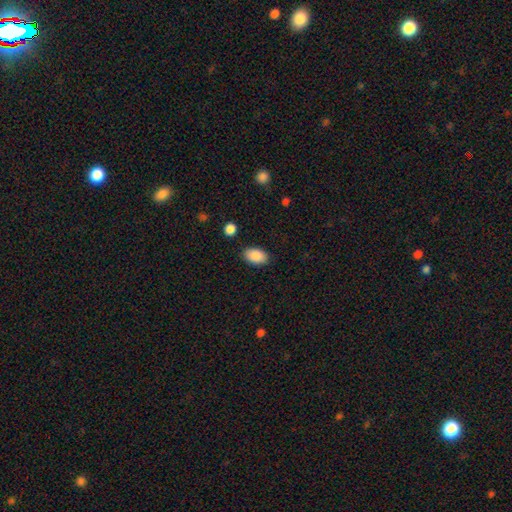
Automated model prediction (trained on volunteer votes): smooth 89%, star or artifact 7%, featured or disk 5%. Down the decision tree: how rounded — in between (93%); merging — none (86%).